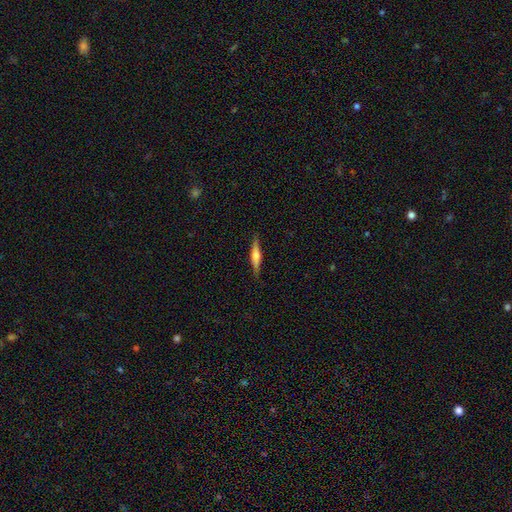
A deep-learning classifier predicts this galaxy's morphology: smooth_or_featured: featured or disk (p=0.59) [alt: smooth p=0.35]
disk_edge_on: yes (p=0.97) [alt: no p=0.03]
edge_on_bulge: rounded (p=0.80) [alt: boxy p=0.13]
merging: none (p=0.88) [alt: minor disturbance p=0.09]